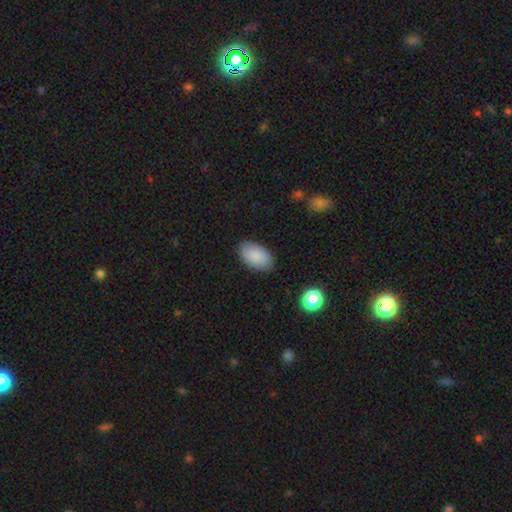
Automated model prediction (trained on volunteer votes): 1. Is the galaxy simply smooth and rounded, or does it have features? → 89% smooth, 7% star or artifact, 5% featured or disk.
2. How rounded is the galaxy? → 94% in between, 5% round, 1% cigar-shaped.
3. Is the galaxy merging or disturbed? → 85% none, 11% minor disturbance, 3% major disturbance, 1% merger.